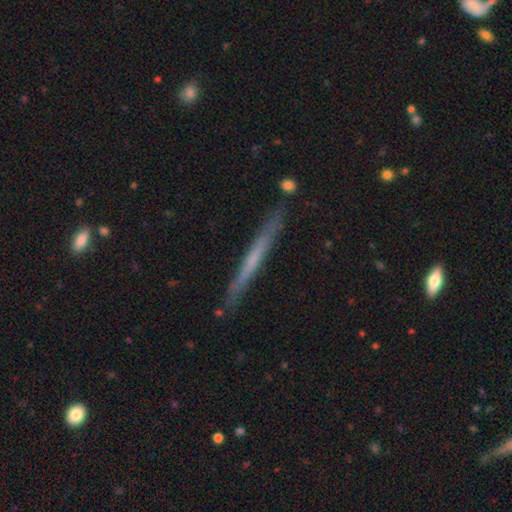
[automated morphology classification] A featured or disk galaxy (56%) viewed edge-on (96%) with no central bulge (77%).

Vote fractions:
- Smooth or featured? featured or disk: 56% / smooth: 36% / star or artifact: 8%
- Edge-on disk? yes: 96% / no: 4%
- Edge-on bulge? none: 77% / rounded: 17% / boxy: 6%
- Merging? none: 88% / minor disturbance: 9% / major disturbance: 2% / merger: 2%